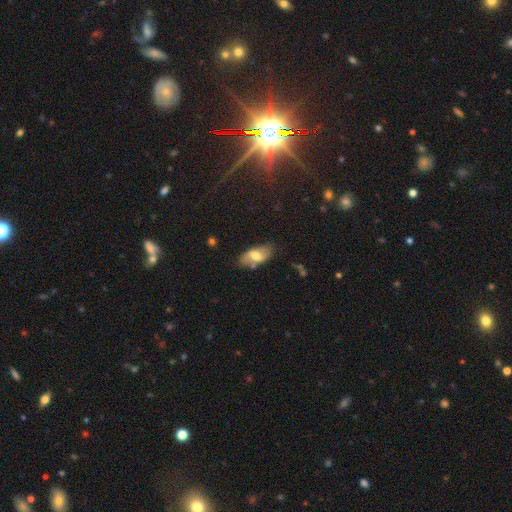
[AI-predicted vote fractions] This appears to be a smooth galaxy with no disk features (51%) that is in between round and cigar-shaped (89%). Merging: none (66%).